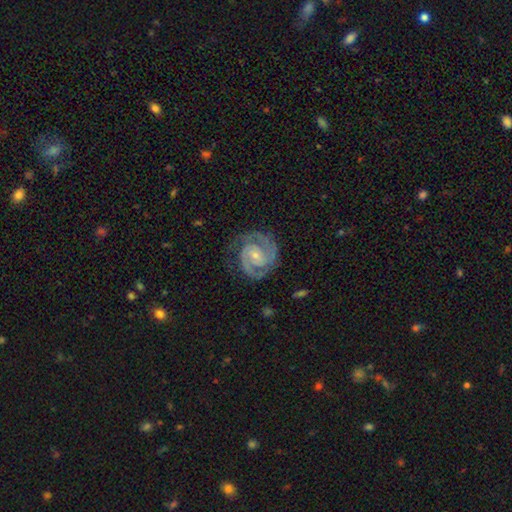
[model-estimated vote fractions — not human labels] This appears to be a featured or disk galaxy (92%) with no bar (57%), 2 (81%) tight (61%) spiral arms (98%) and a small central bulge (70%). Merging: none (79%).